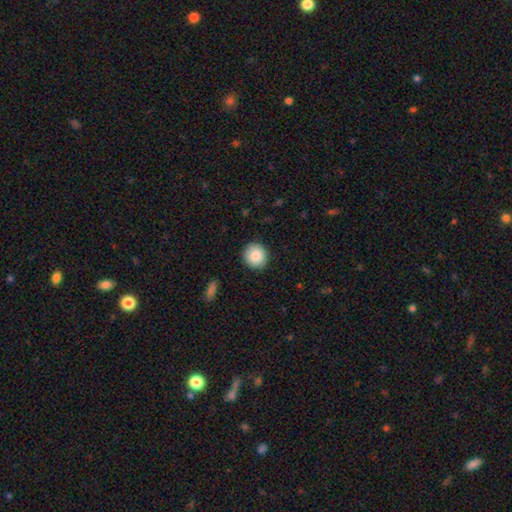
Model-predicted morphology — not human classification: type=smooth (88%); roundness=round (88%); merging=none (90%).